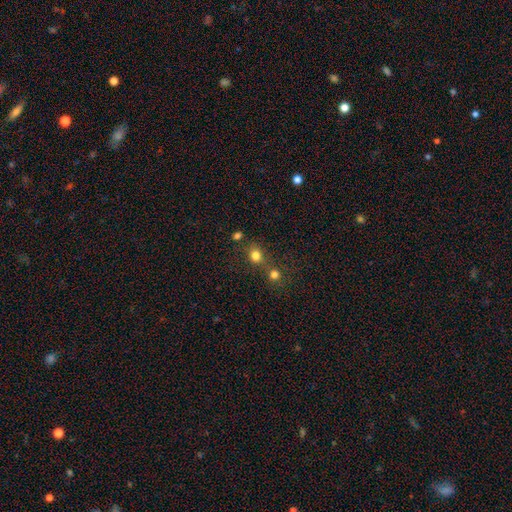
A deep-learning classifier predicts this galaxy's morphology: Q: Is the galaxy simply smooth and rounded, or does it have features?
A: smooth — 78%.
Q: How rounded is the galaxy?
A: round — 77%.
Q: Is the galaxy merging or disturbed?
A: none — 58%.